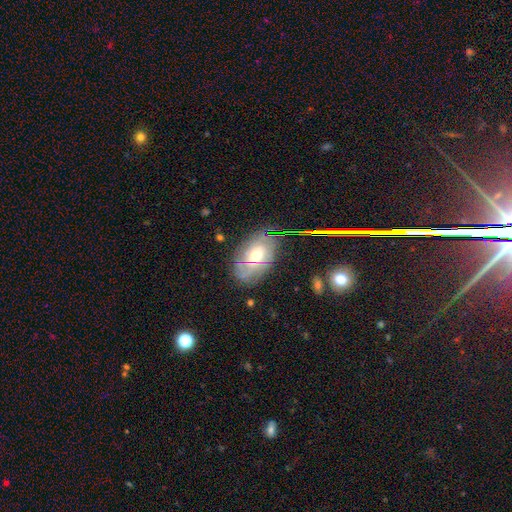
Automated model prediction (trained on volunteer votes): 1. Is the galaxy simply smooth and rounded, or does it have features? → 57% featured or disk, 31% smooth, 12% star or artifact.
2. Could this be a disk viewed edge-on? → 91% no, 9% yes.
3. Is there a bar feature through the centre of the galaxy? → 69% no, 25% weak, 6% strong.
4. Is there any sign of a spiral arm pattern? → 69% yes, 31% no.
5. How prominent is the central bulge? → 68% moderate, 20% small, 10% large, 1% none, 1% dominant.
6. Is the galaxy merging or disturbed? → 73% none, 18% minor disturbance, 6% major disturbance, 2% merger.